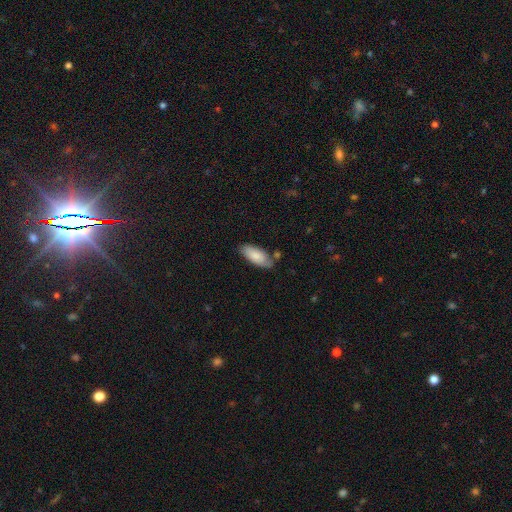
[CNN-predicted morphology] Smooth or featured? Predicted: smooth (p=0.80). How rounded? Predicted: in between (p=0.86). Merging? Predicted: none (p=0.65).